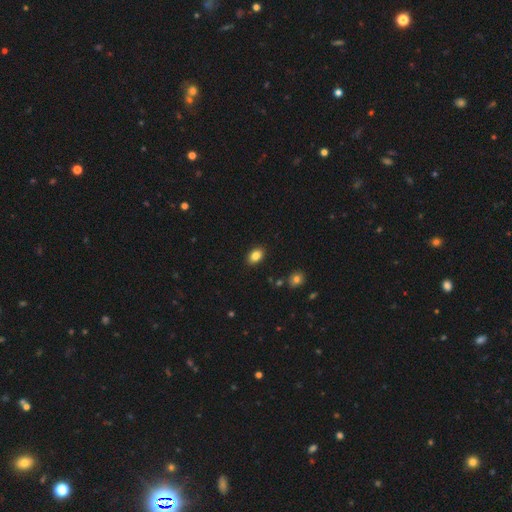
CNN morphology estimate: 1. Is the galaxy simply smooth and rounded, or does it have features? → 84% smooth, 9% star or artifact, 6% featured or disk.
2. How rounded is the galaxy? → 82% in between, 17% round, 1% cigar-shaped.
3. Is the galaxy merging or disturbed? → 88% none, 8% minor disturbance, 2% major disturbance, 1% merger.